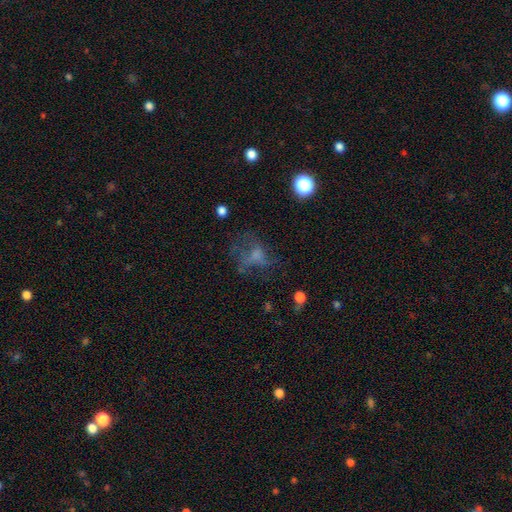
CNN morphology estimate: Smooth or featured?
  - smooth: 38% *
  - featured or disk: 36%
  - star or artifact: 25%
Merging?
  - none: 46% *
  - major disturbance: 32%
  - minor disturbance: 19%
  - merger: 4%